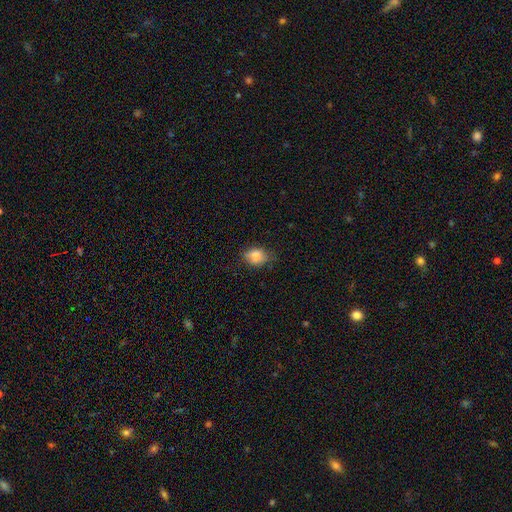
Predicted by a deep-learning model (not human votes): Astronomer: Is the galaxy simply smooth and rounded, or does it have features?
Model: smooth — 81%.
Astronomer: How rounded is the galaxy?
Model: in between — 55% (runner-up: round, 43%).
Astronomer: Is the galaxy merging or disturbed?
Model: none — 70%.